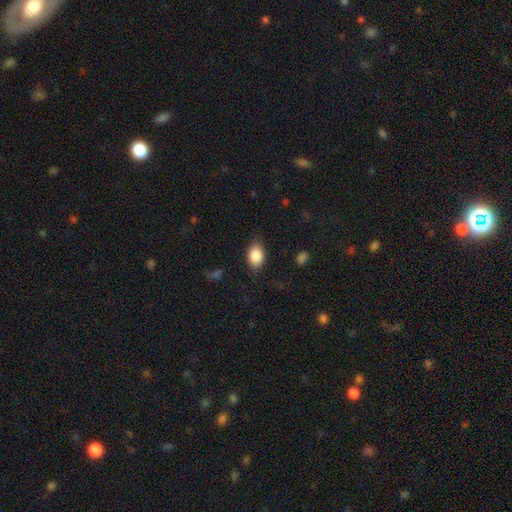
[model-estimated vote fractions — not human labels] This appears to be a smooth galaxy with no disk features (87%) that is in between round and cigar-shaped (85%). Merging: none (80%).